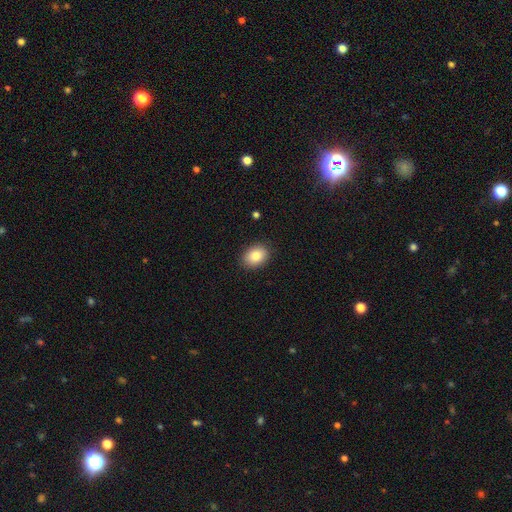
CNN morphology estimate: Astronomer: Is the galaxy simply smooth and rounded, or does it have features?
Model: smooth — 85%.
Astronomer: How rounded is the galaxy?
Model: in between — 70%.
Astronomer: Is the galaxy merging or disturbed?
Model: none — 89%.